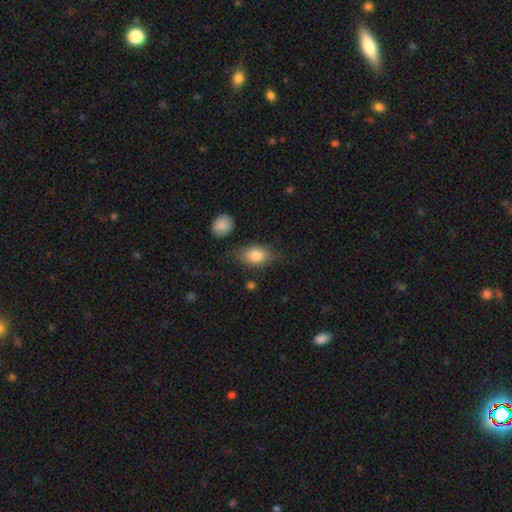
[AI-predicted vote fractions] A smooth galaxy with no disk features (80%) that is in between round and cigar-shaped (82%).

Vote fractions:
- Smooth or featured? smooth: 80% / featured or disk: 12% / star or artifact: 7%
- How rounded? in between: 82% / round: 14% / cigar-shaped: 4%
- Merging? none: 68% / minor disturbance: 21% / major disturbance: 7% / merger: 4%